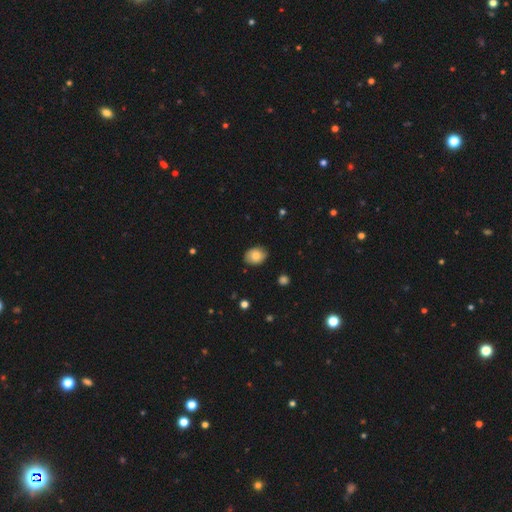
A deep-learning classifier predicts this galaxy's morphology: Overall: smooth (82%). How rounded: in between (66%; round 33%). Merging: none (84%).